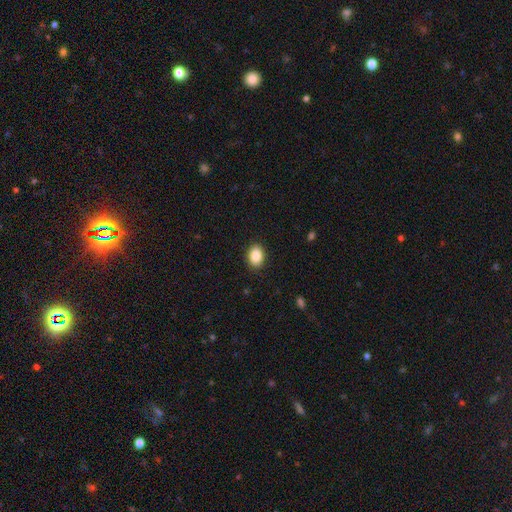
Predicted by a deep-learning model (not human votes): Overall: smooth (88%). How rounded: in between (79%). Merging: none (90%).